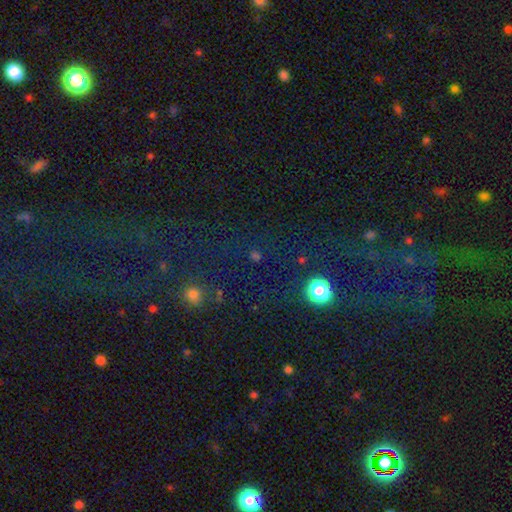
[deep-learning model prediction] A star or artifact, not a galaxy (48%).